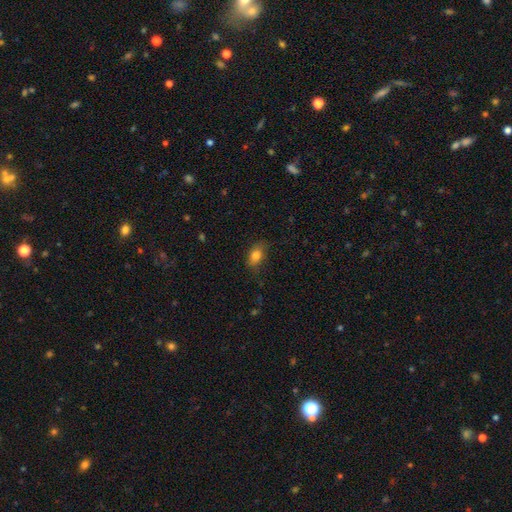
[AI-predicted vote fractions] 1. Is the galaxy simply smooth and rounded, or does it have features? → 82% smooth, 9% star or artifact, 9% featured or disk.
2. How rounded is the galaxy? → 80% in between, 17% round, 3% cigar-shaped.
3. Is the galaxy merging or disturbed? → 76% none, 19% minor disturbance, 5% major disturbance, 1% merger.